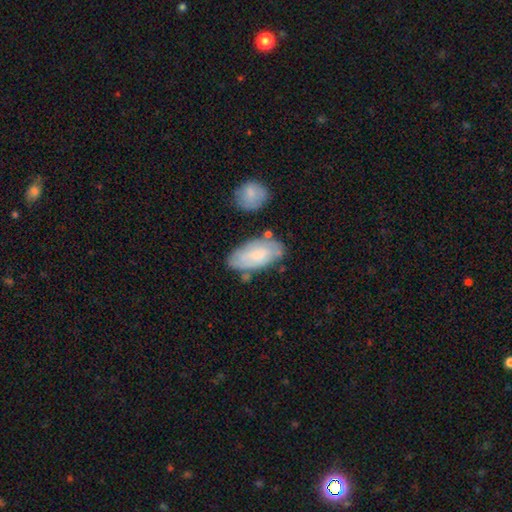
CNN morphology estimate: A smooth galaxy with no disk features (66%) that is in between round and cigar-shaped (92%).

Vote fractions:
- Smooth or featured? smooth: 66% / featured or disk: 28% / star or artifact: 6%
- How rounded? in between: 92% / cigar-shaped: 5% / round: 3%
- Merging? none: 65% / minor disturbance: 21% / merger: 8% / major disturbance: 6%